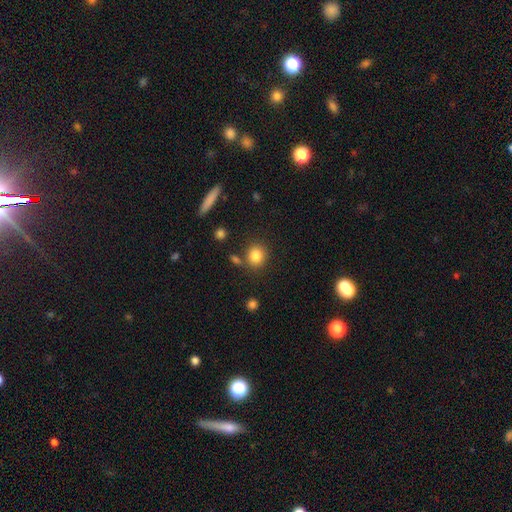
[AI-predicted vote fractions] A smooth galaxy with no disk features (84%) that is round (79%). Merging: none (78%).